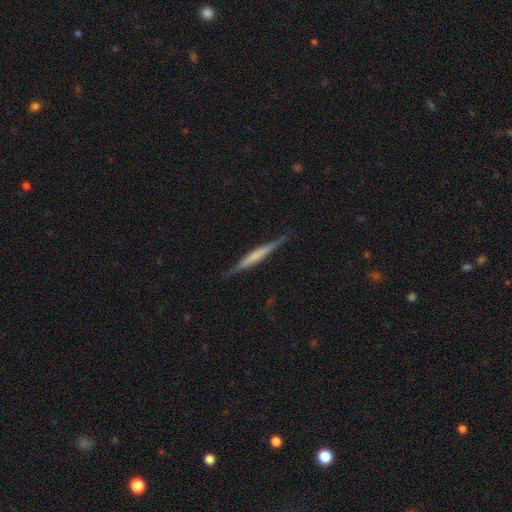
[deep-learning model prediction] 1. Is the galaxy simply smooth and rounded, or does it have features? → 57% featured or disk, 37% smooth, 6% star or artifact.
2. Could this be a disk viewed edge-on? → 97% yes, 3% no.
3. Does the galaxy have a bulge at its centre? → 57% none, 23% rounded, 21% boxy.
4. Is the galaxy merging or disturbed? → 86% none, 11% minor disturbance, 2% major disturbance, 1% merger.